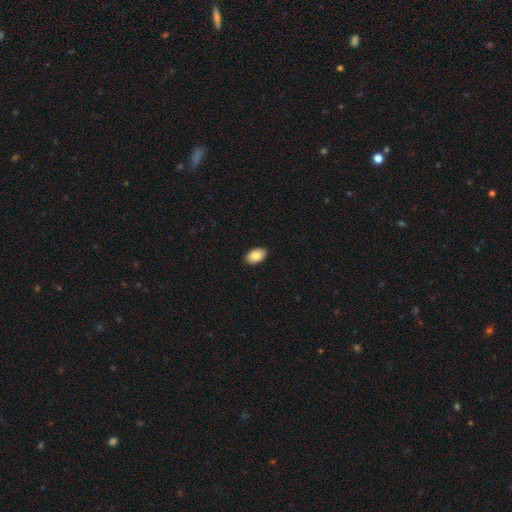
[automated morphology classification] Q: Smooth or featured?
A: smooth (85%); runner-up: featured or disk (8%)
Q: How rounded?
A: in between (92%); runner-up: round (7%)
Q: Merging?
A: none (91%); runner-up: minor disturbance (7%)